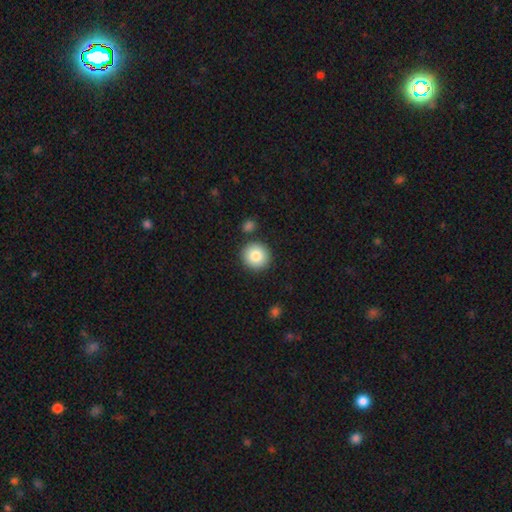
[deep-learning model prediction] A smooth galaxy with no disk features (84%) that is round (94%). Merging: none (86%).